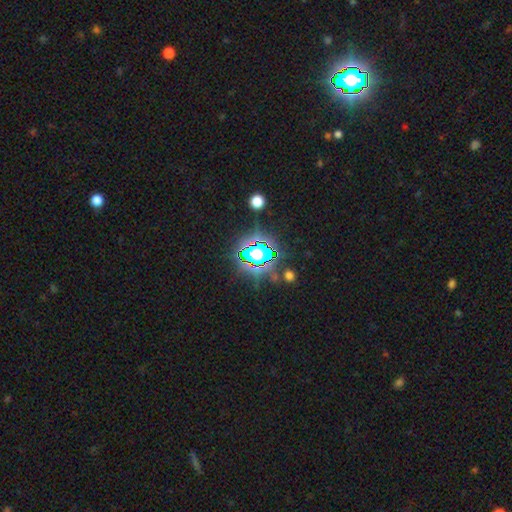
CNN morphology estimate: Smooth or featured?
  - star or artifact: 64% *
  - smooth: 24%
  - featured or disk: 12%